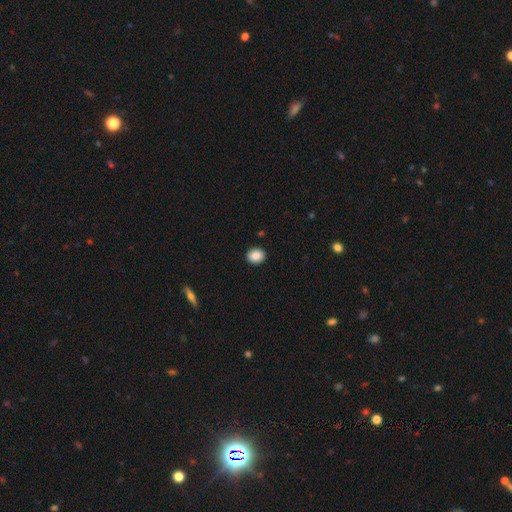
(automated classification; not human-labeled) smooth-or-featured: smooth: 88% | star or artifact: 8% | featured or disk: 4%
  how-rounded: round: 64% | in between: 35% | cigar-shaped: 1%
  merging: none: 91% | minor disturbance: 6% | major disturbance: 2% | merger: 1%